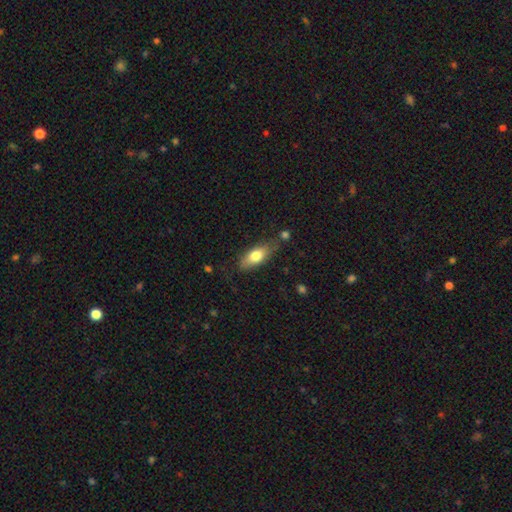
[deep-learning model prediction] This is likely a smooth galaxy (73%). How rounded: likely in between (76%). Merging: likely none (69%).